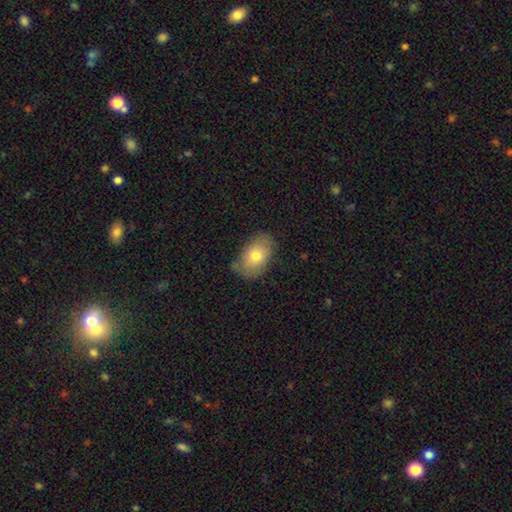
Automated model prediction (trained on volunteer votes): This appears to be a smooth galaxy with no disk features (72%) that is in between round and cigar-shaped (88%). Merging: none (73%).